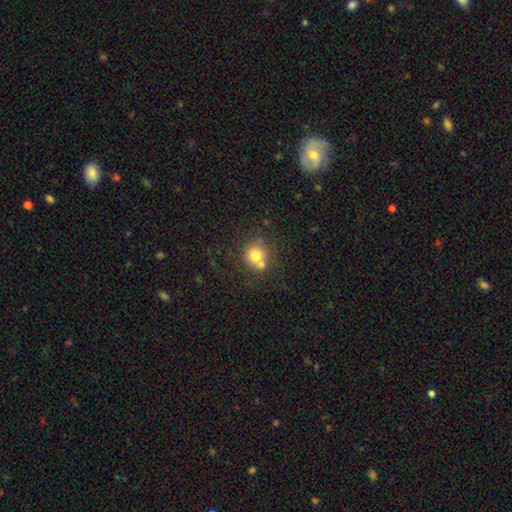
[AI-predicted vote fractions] A smooth galaxy with no disk features (74%) that is round (87%).

Vote fractions:
- Smooth or featured? smooth: 74% / featured or disk: 14% / star or artifact: 12%
- How rounded? round: 87% / in between: 12% / cigar-shaped: 1%
- Merging? none: 55% / merger: 30% / minor disturbance: 11% / major disturbance: 4%